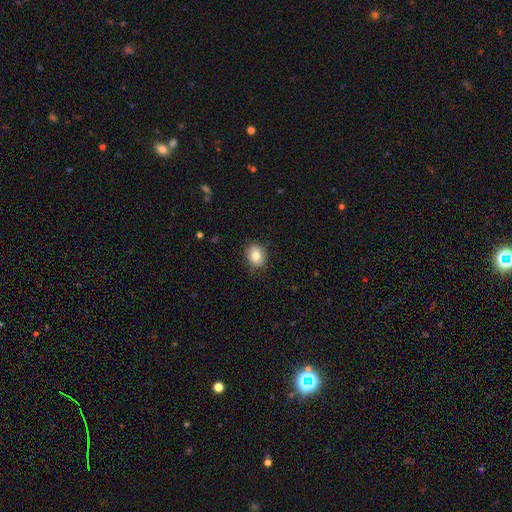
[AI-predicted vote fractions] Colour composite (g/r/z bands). It shows a smooth galaxy with no disk features (83%) that is round (52%). Merging: none (84%).